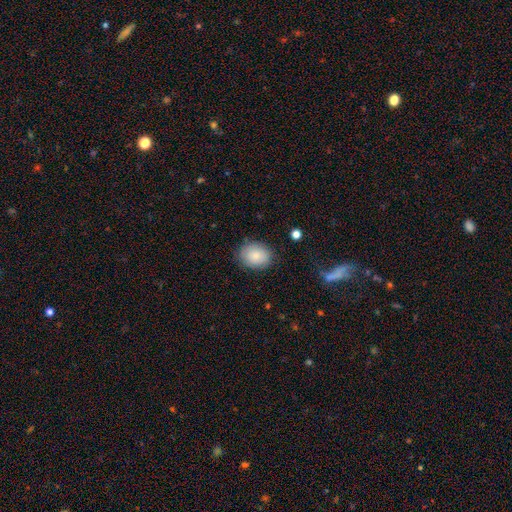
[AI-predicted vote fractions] Overall: smooth (82%). How rounded: in between (57%; round 42%). Merging: none (81%).